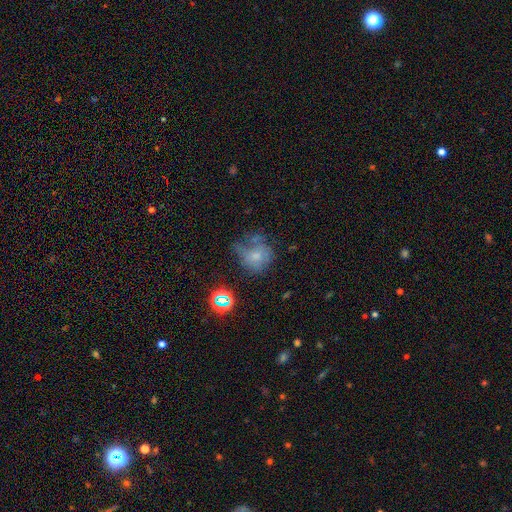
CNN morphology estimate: Overall: smooth (59%; featured or disk 23%). How rounded: round (73%). Merging: none (39%; minor disturbance 30%).